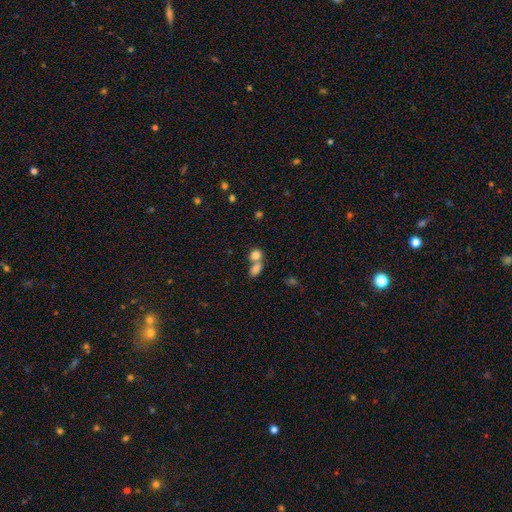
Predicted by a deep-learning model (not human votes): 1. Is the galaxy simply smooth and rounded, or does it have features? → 81% smooth, 10% star or artifact, 9% featured or disk.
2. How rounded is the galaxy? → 49% round (tied), 49% in between (tied), 2% cigar-shaped.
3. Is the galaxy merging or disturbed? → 59% merger, 31% none, 7% minor disturbance, 4% major disturbance.